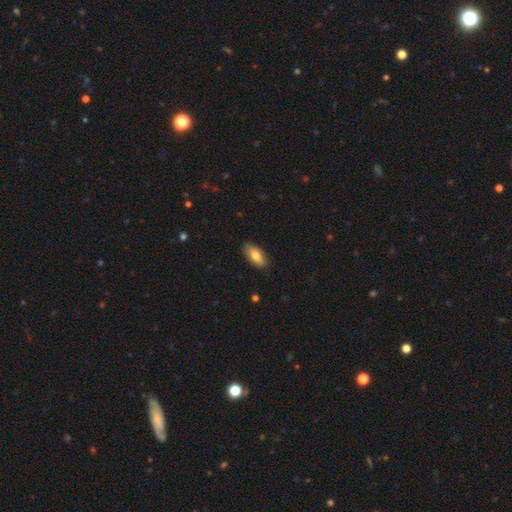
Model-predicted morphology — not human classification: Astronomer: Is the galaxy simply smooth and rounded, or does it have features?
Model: smooth — 77%.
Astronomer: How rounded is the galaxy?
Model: in between — 88%.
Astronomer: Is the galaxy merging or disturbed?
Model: none — 87%.